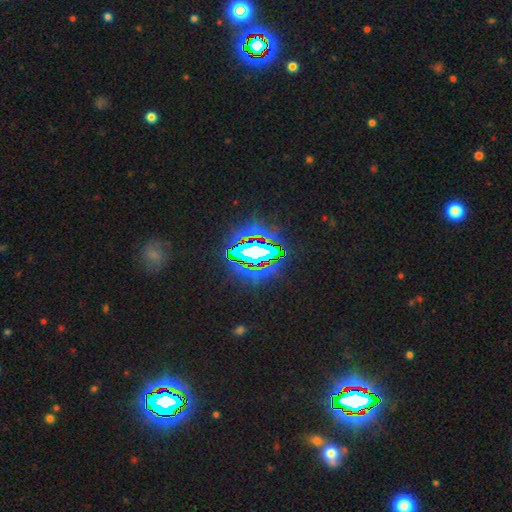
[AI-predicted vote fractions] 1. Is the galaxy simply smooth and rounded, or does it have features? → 71% star or artifact, 15% featured or disk, 14% smooth.